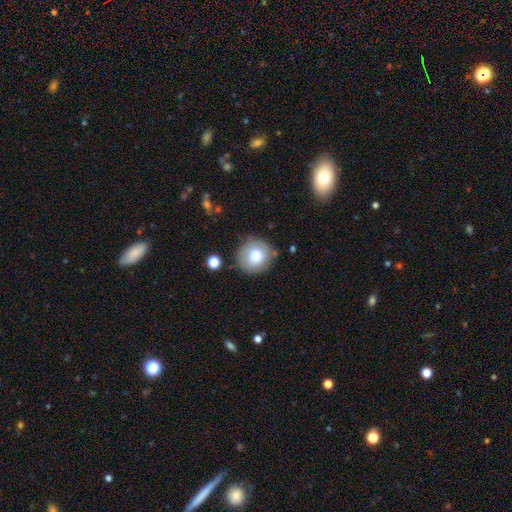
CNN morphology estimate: smooth 76%, featured or disk 15%, star or artifact 9%. Down the decision tree: how rounded — round (93%); merging — none (81%).